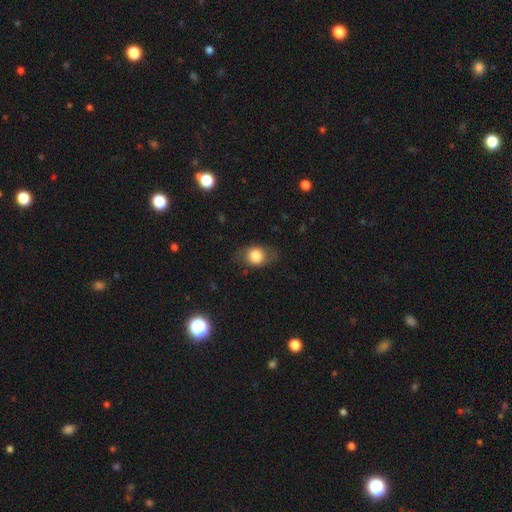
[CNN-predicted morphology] The model was most divided on "how rounded": in between: 51%, round: 47%, cigar-shaped: 2%. More confident: smooth or featured — smooth (78%); merging — none (72%).